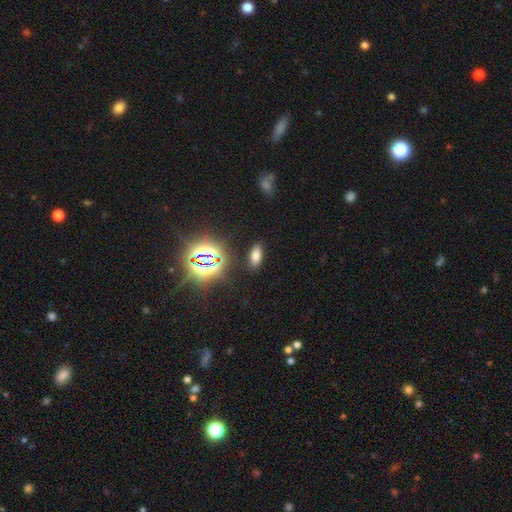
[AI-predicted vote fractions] This appears to be a smooth galaxy with no disk features (66%) that is in between round and cigar-shaped (84%). Merging: none (88%).